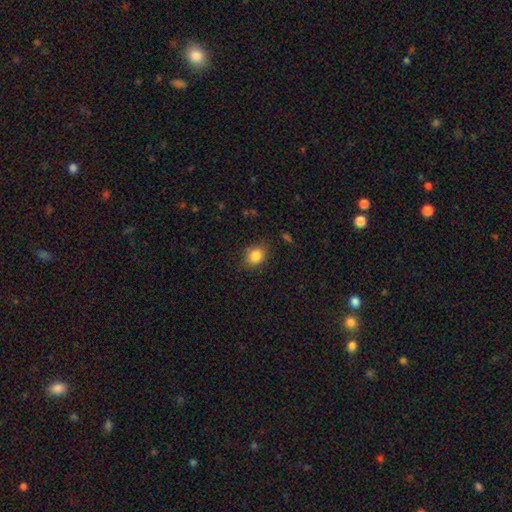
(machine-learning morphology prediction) Smooth or featured? smooth (84%)
How rounded? round (54%)
Merging? none (82%)